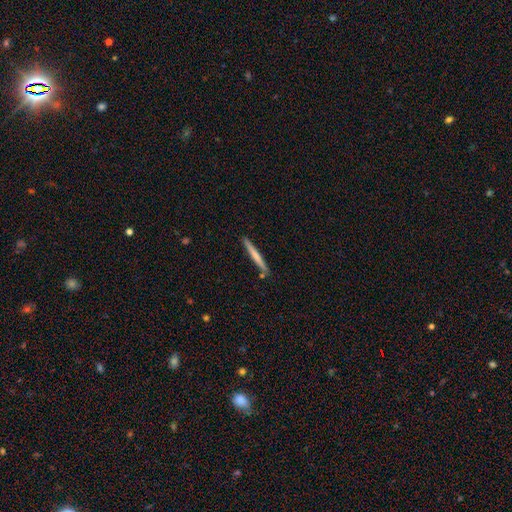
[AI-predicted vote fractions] smooth 64%, featured or disk 31%, star or artifact 5%. Down the decision tree: how rounded — cigar-shaped (97%); merging — none (87%).